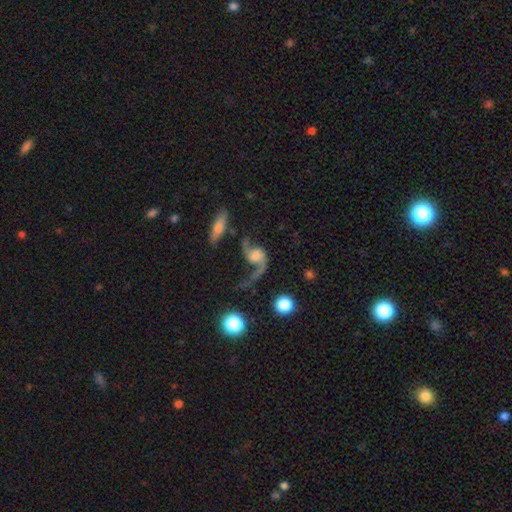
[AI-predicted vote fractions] This appears to be a featured or disk galaxy (86%) with no bar (65%), 2 (86%) loose (83%) spiral arms (96%) and a moderate central bulge (35%). Merging: none (51%).